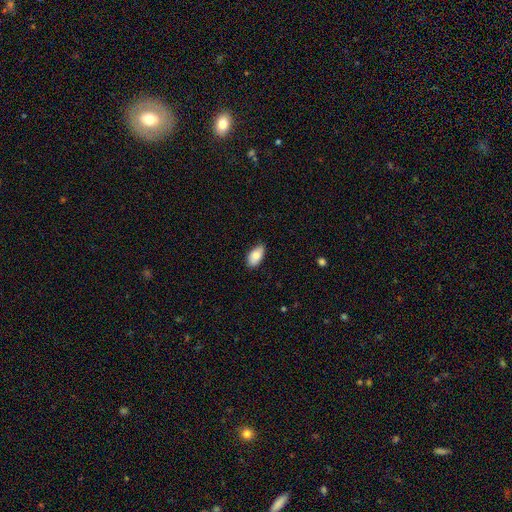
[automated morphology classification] The model was most divided on "merging": none: 80%, minor disturbance: 17%, major disturbance: 2%, merger: 1%. More confident: how rounded — in between (94%); smooth or featured — smooth (83%).